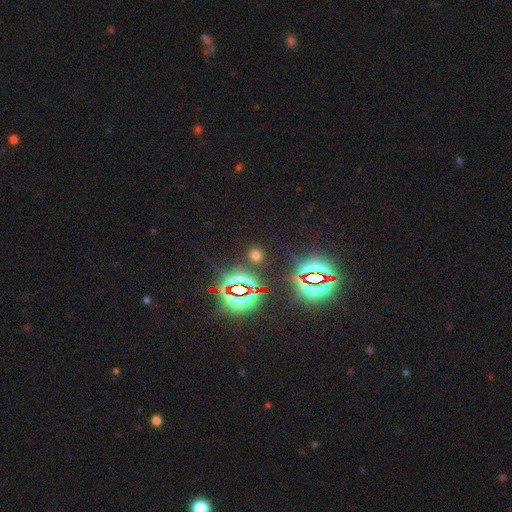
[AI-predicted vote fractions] smooth_or_featured: star or artifact (p=0.48) [alt: smooth p=0.46]